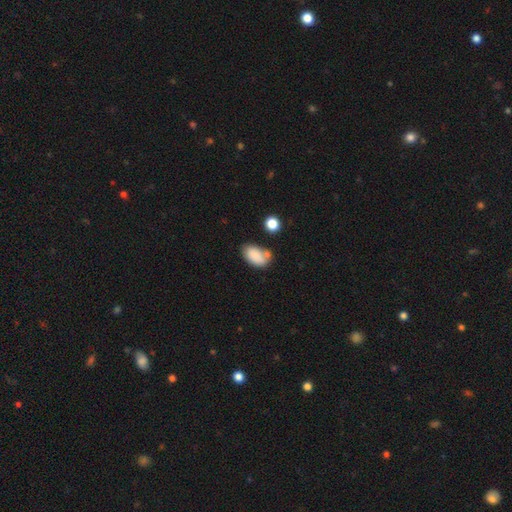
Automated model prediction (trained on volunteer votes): Overall: smooth (84%). How rounded: in between (92%). Merging: none (55%; minor disturbance 20%).